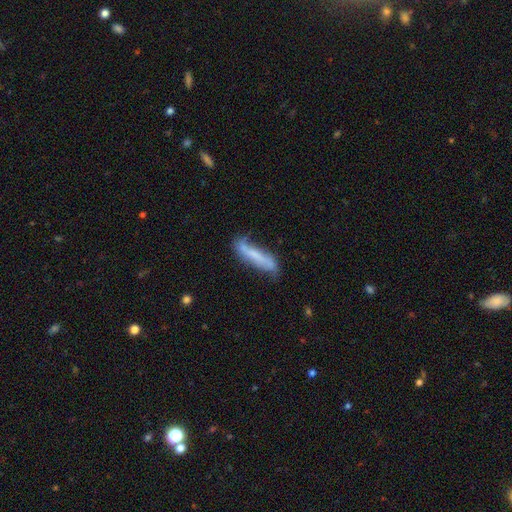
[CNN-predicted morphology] Smooth or featured? smooth (50%)
How rounded? cigar-shaped (83%)
Merging? none (56%)